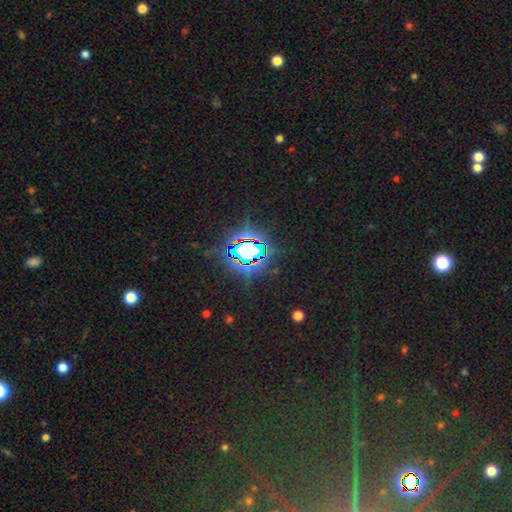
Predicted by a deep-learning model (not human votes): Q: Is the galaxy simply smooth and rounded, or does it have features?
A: star or artifact — 84%.